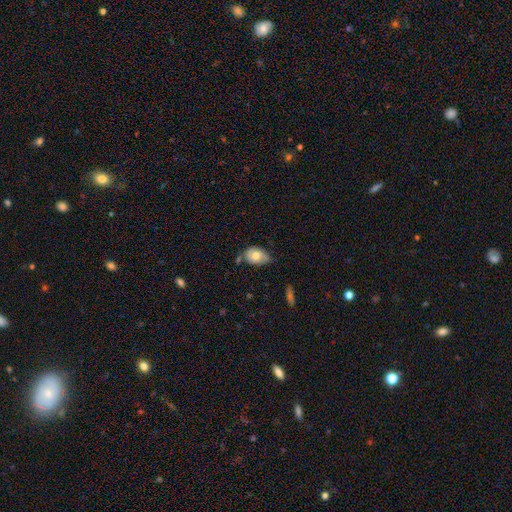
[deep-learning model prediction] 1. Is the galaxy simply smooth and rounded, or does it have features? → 71% smooth, 22% featured or disk, 7% star or artifact.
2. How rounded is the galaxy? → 84% in between, 14% round, 1% cigar-shaped.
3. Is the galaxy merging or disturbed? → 51% none, 34% minor disturbance, 7% merger, 7% major disturbance.